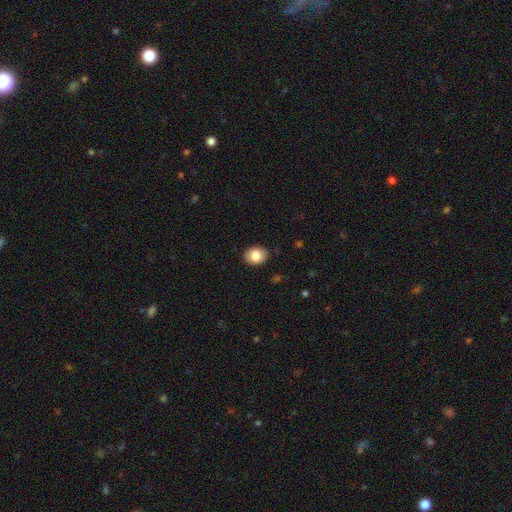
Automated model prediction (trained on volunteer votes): The model was most divided on "how rounded": round: 53%, in between: 46%, cigar-shaped: 1%. More confident: merging — none (89%); smooth or featured — smooth (84%).